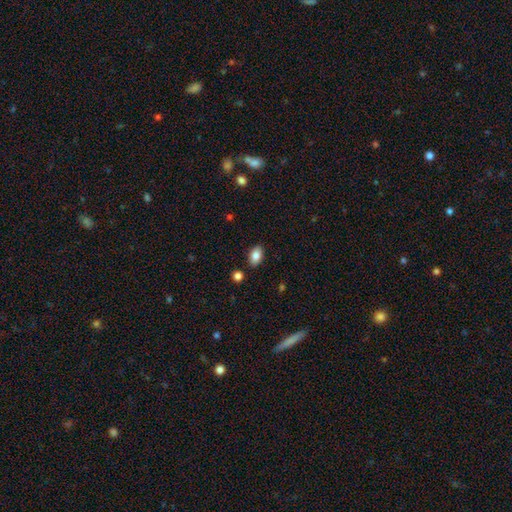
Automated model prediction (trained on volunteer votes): smooth_or_featured: smooth (p=0.84) [alt: featured or disk p=0.08]
how_rounded: in between (p=0.89) [alt: round p=0.09]
merging: none (p=0.87) [alt: minor disturbance p=0.09]